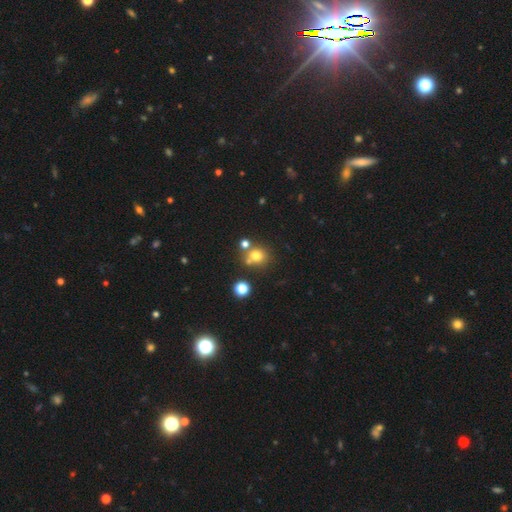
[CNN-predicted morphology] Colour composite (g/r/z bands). It shows a smooth galaxy with no disk features (72%) that is round (83%). Merging: none (63%).